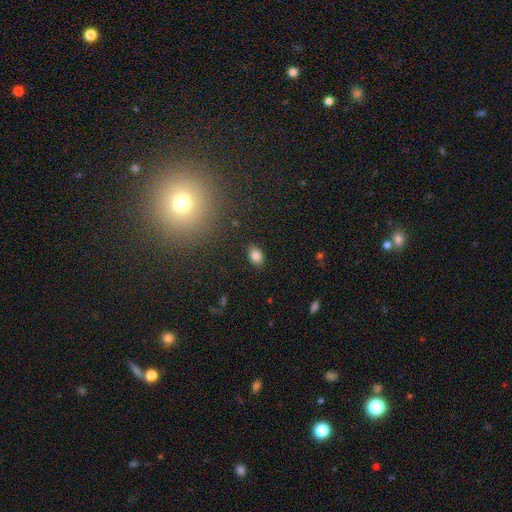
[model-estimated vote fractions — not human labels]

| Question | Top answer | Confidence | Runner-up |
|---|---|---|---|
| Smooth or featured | smooth | 84% | star or artifact (10%) |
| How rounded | in between | 82% | round (17%) |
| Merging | none | 86% | minor disturbance (9%) |